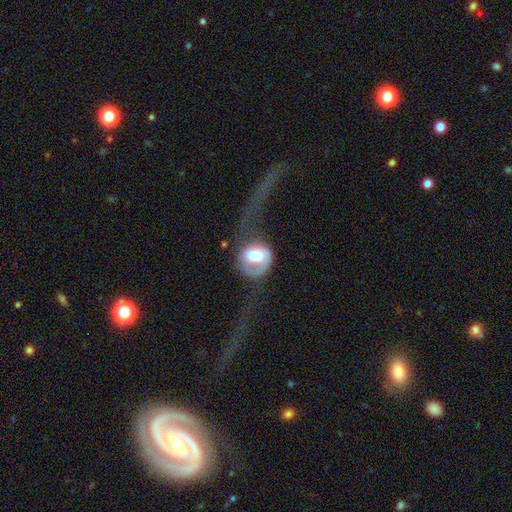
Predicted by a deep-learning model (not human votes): Overall: smooth (50%; featured or disk 44%). Merging: major disturbance (58%; none 22%).